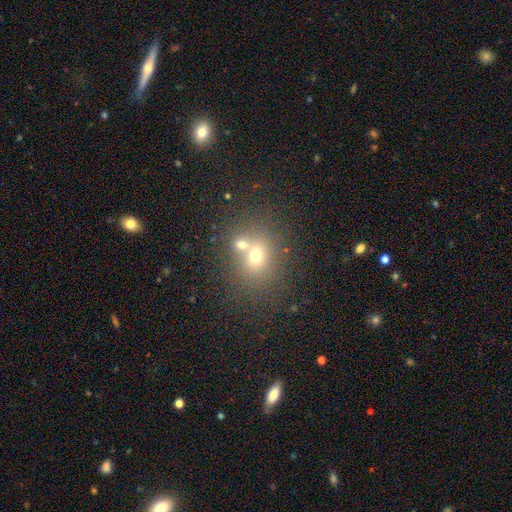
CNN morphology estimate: Smooth or featured? Predicted: smooth (p=0.65). How rounded? Predicted: round (p=0.65). Merging? Predicted: merger (p=0.45).